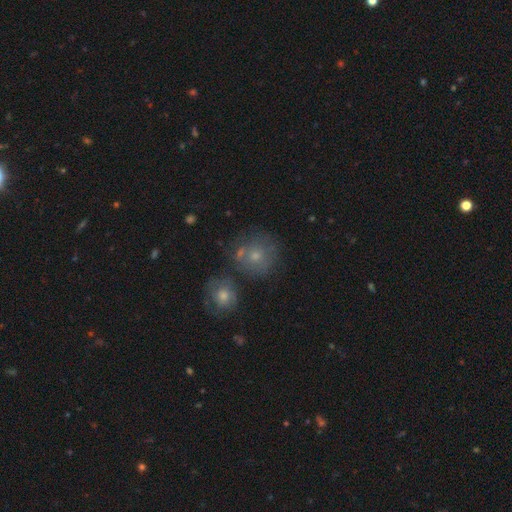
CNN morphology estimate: smooth 61%, featured or disk 26%, star or artifact 13%. Down the decision tree: how rounded — round (87%); merging — none (55%).